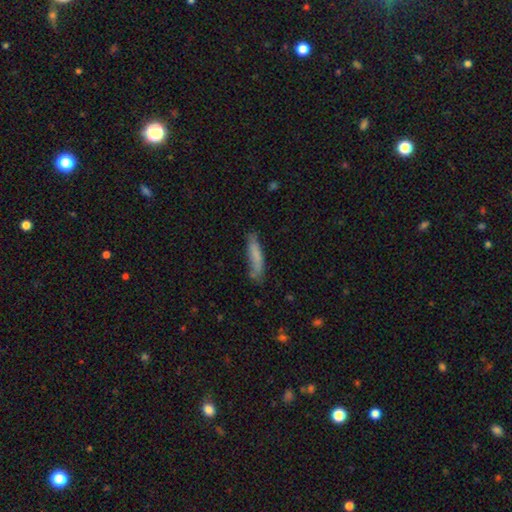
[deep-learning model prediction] This appears to be a smooth galaxy with no disk features (72%) that is cigar-shaped (85%). Merging: none (62%).